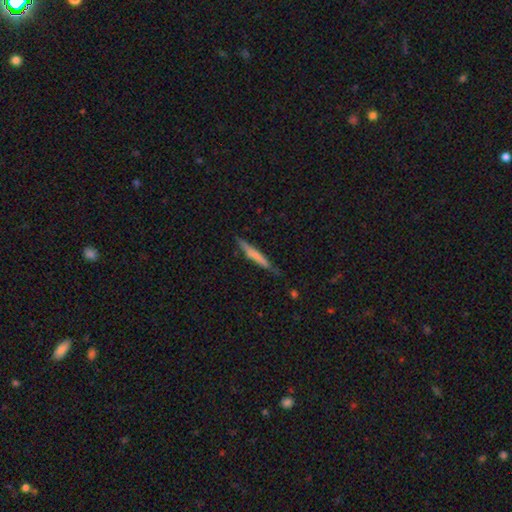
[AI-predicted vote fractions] A smooth galaxy with no disk features (58%) that is cigar-shaped (93%).

Vote fractions:
- Smooth or featured? smooth: 58% / featured or disk: 36% / star or artifact: 6%
- How rounded? cigar-shaped: 93% / in between: 5% / round: 2%
- Merging? none: 75% / minor disturbance: 19% / major disturbance: 3% / merger: 3%